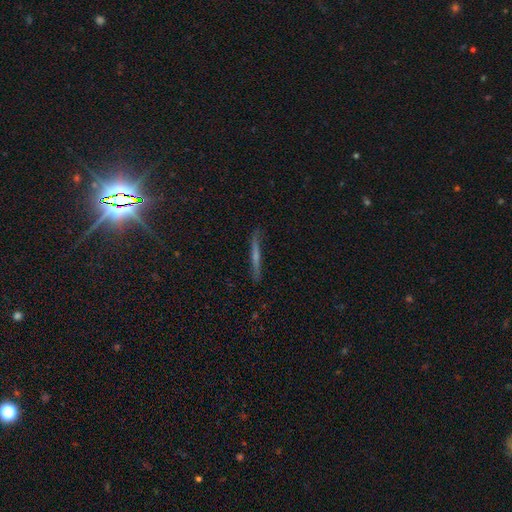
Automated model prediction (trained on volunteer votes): Smooth or featured? Predicted: featured or disk (p=0.58). Edge-on disk? Predicted: yes (p=0.95). Edge-on bulge? Predicted: none (p=0.51). Merging? Predicted: none (p=0.86).